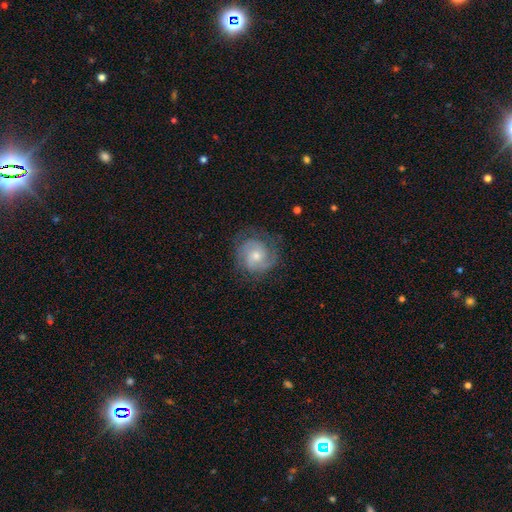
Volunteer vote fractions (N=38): Q: Smooth or featured?
A: featured or disk (87%); runner-up: smooth (11%)
Q: Edge-on disk?
A: no (97%); runner-up: yes (3%)
Q: Bar?
A: no (72%); runner-up: weak (22%)
Q: Spiral arms?
A: yes (100%)
Q: Spiral winding?
A: tight (62%); runner-up: medium (34%)
Q: Spiral arm count?
A: 2 (62%); runner-up: can't tell (25%)
Q: Bulge size?
A: moderate (50%); runner-up: small (44%)
Q: Merging?
A: none (84%); runner-up: minor disturbance (14%)